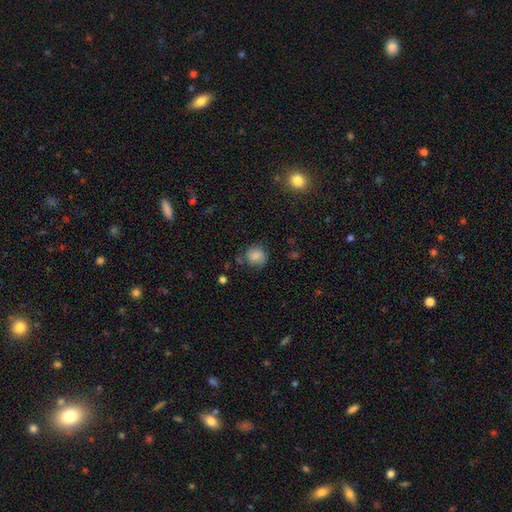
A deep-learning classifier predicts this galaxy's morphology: This appears to be a smooth galaxy with no disk features (79%) that is round (83%). Merging: none (67%).